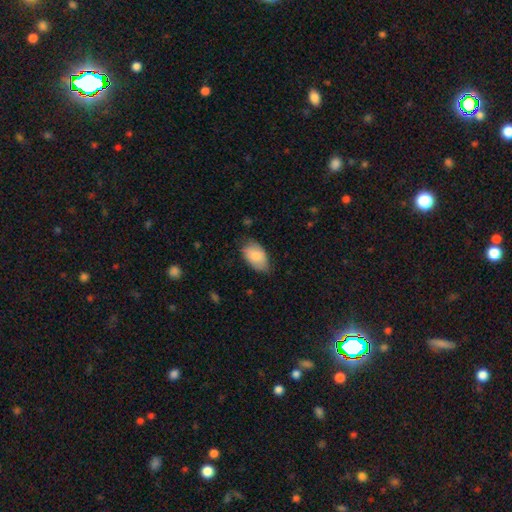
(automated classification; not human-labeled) A smooth galaxy with no disk features (82%) that is in between round and cigar-shaped (93%).

Vote fractions:
- Smooth or featured? smooth: 82% / featured or disk: 12% / star or artifact: 6%
- How rounded? in between: 93% / round: 5% / cigar-shaped: 1%
- Merging? none: 64% / minor disturbance: 30% / major disturbance: 5% / merger: 1%